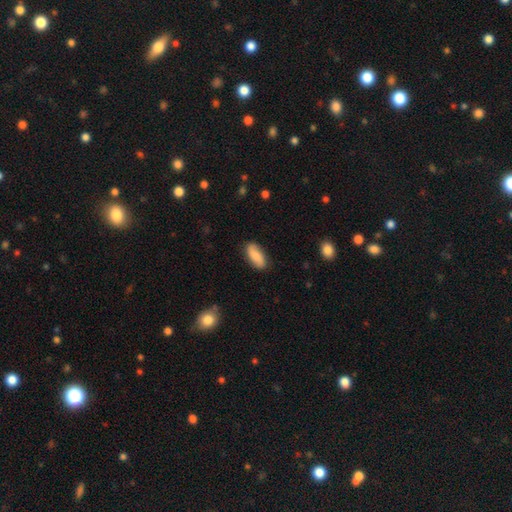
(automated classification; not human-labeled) Overall: smooth (73%). How rounded: in between (86%). Merging: none (83%).